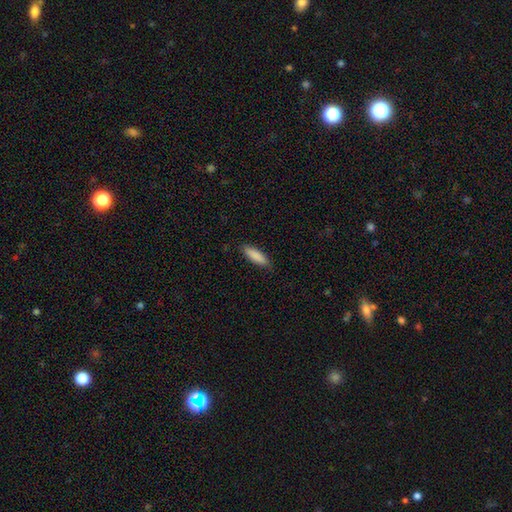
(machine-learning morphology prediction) Q: Smooth or featured?
A: smooth (88%); runner-up: featured or disk (6%)
Q: How rounded?
A: cigar-shaped (59%); runner-up: in between (39%)
Q: Merging?
A: none (87%); runner-up: minor disturbance (10%)